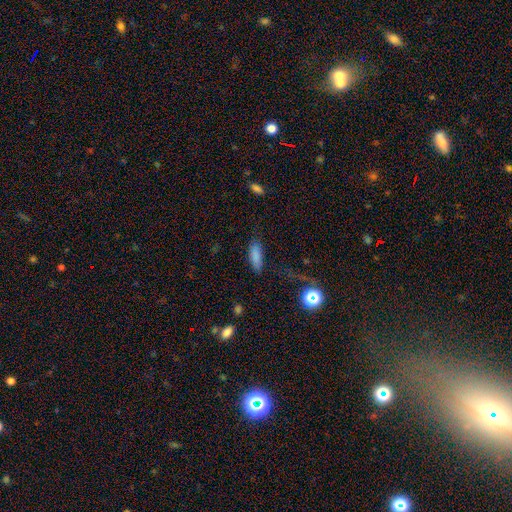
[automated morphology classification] Smooth or featured? smooth (83%)
How rounded? in between (67%)
Merging? none (78%)